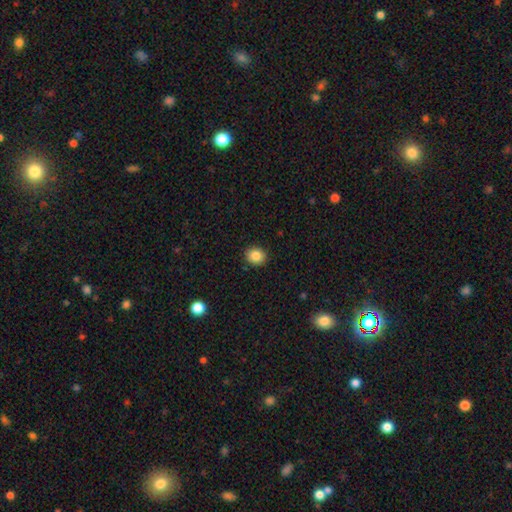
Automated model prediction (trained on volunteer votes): smooth-or-featured: smooth: 85% | star or artifact: 10% | featured or disk: 5%
  how-rounded: round: 76% | in between: 23% | cigar-shaped: 1%
  merging: none: 91% | minor disturbance: 6% | major disturbance: 2% | merger: 1%